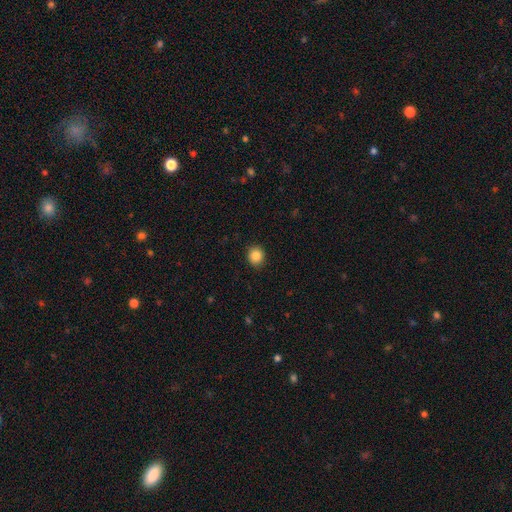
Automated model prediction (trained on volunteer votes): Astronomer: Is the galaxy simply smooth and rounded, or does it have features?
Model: smooth — 86%.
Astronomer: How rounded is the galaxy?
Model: round — 85%.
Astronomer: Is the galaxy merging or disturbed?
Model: none — 91%.